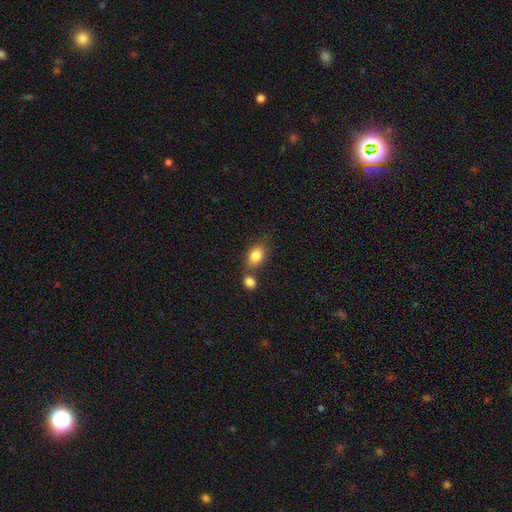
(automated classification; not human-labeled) Overall: smooth (84%). How rounded: in between (78%). Merging: none (56%; merger 27%).